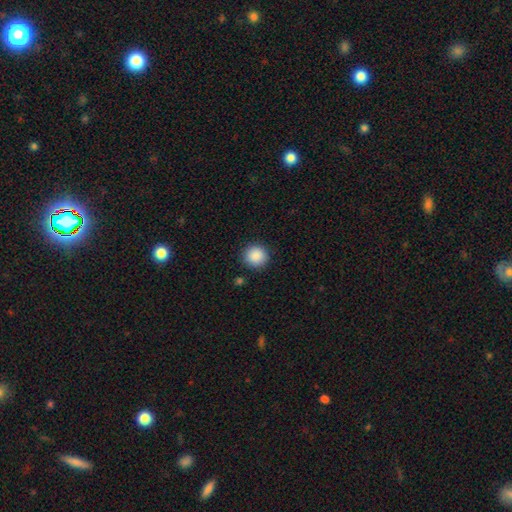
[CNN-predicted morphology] This is clearly a smooth galaxy (89%). How rounded: clearly round (93%). Merging: clearly none (90%).